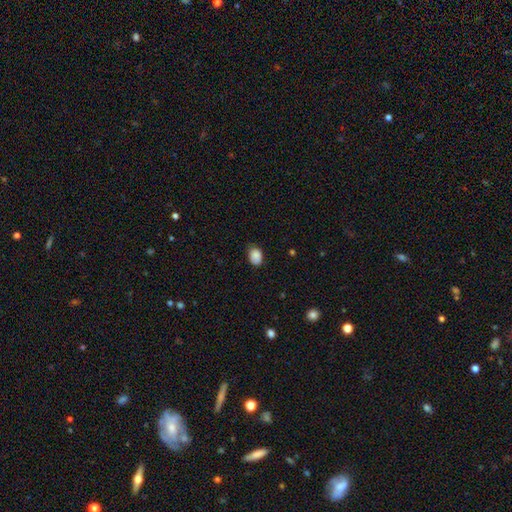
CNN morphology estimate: A smooth galaxy with no disk features (87%) that is in between round and cigar-shaped (71%).

Vote fractions:
- Smooth or featured? smooth: 87% / star or artifact: 8% / featured or disk: 5%
- How rounded? in between: 71% / round: 28% / cigar-shaped: 1%
- Merging? none: 70% / minor disturbance: 24% / major disturbance: 4% / merger: 1%